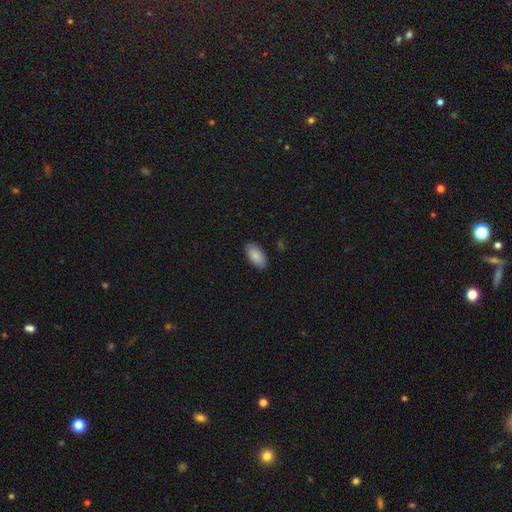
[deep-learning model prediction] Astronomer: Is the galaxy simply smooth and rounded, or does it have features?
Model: smooth — 87%.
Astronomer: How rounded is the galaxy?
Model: in between — 95%.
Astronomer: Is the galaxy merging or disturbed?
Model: none — 89%.